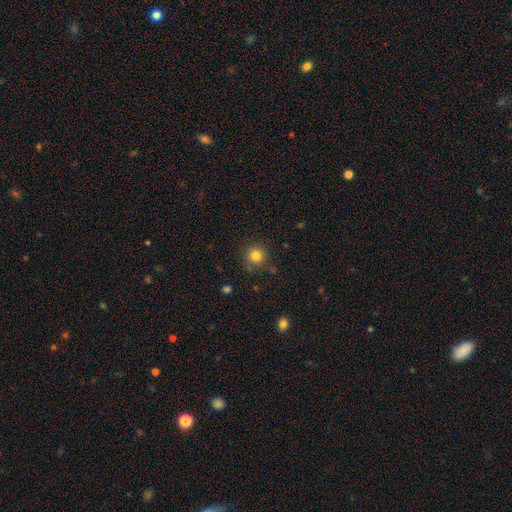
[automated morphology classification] Smooth or featured: smooth — 81% (star or artifact — 13%)
How rounded: round — 94% (in between — 5%)
Merging: none — 84% (minor disturbance — 10%)